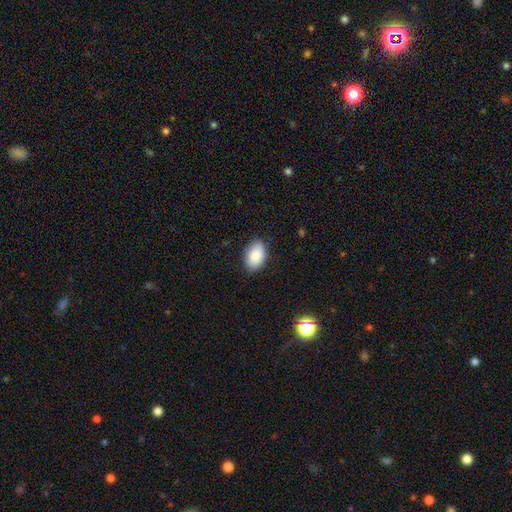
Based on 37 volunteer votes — Smooth or featured? 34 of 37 (92%) said smooth. How rounded? 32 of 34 (94%) said in between. Merging? 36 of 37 (97%) said none.